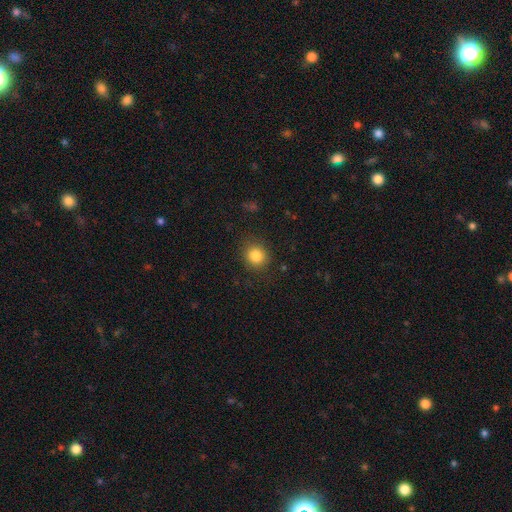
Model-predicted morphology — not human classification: Q: Smooth or featured?
A: smooth (83%); runner-up: star or artifact (11%)
Q: How rounded?
A: round (84%); runner-up: in between (15%)
Q: Merging?
A: none (87%); runner-up: minor disturbance (9%)